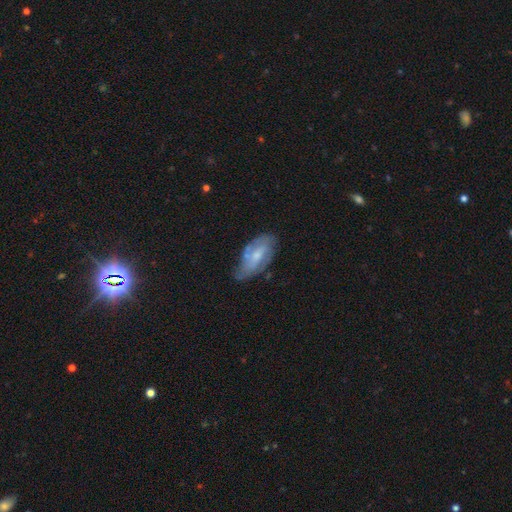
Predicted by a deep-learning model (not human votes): Q: Smooth or featured?
A: featured or disk (58%); runner-up: smooth (36%)
Q: Edge-on disk?
A: no (91%); runner-up: yes (9%)
Q: Bar?
A: no (51%); runner-up: weak (39%)
Q: Spiral arms?
A: yes (69%); runner-up: no (31%)
Q: Bulge size?
A: moderate (46%); runner-up: small (41%)
Q: Merging?
A: none (50%); runner-up: minor disturbance (33%)